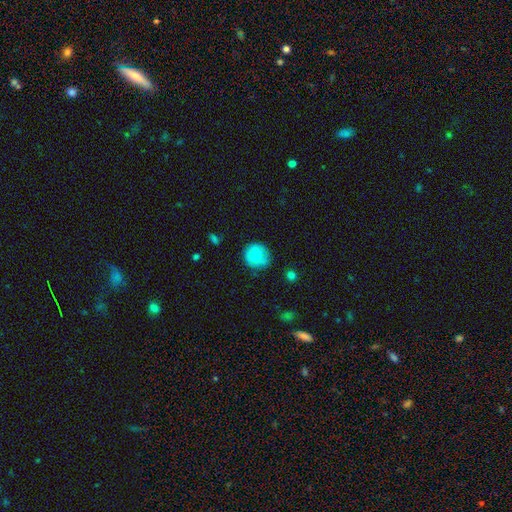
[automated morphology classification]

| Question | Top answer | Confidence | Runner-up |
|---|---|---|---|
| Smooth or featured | smooth | 81% | featured or disk (12%) |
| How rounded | round | 89% | in between (10%) |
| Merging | none | 79% | minor disturbance (16%) |